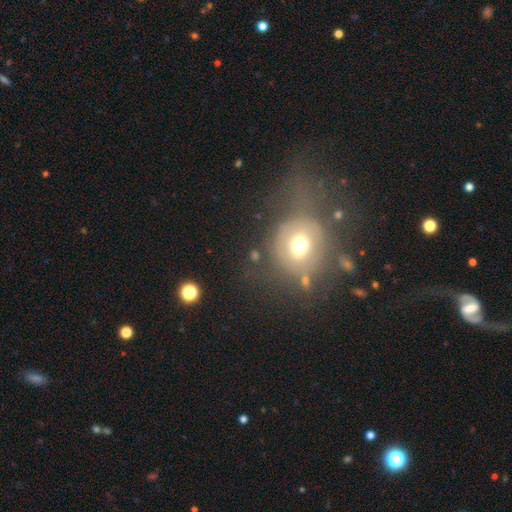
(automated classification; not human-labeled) Smooth or featured? smooth (57%)
How rounded? round (74%)
Merging? none (42%)